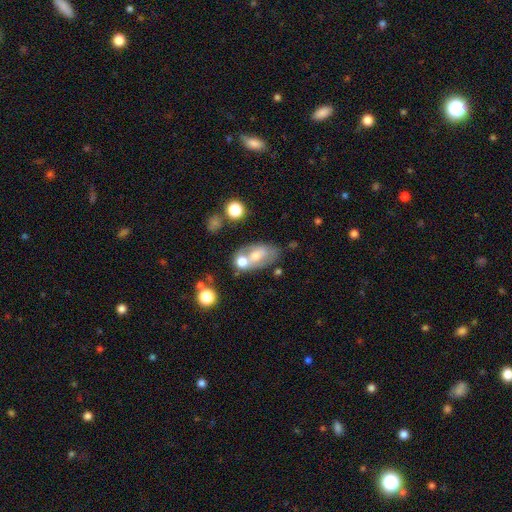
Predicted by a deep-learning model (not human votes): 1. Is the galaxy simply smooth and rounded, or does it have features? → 48% smooth, 42% featured or disk, 10% star or artifact.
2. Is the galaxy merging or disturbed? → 39% none, 36% merger, 16% minor disturbance, 8% major disturbance.